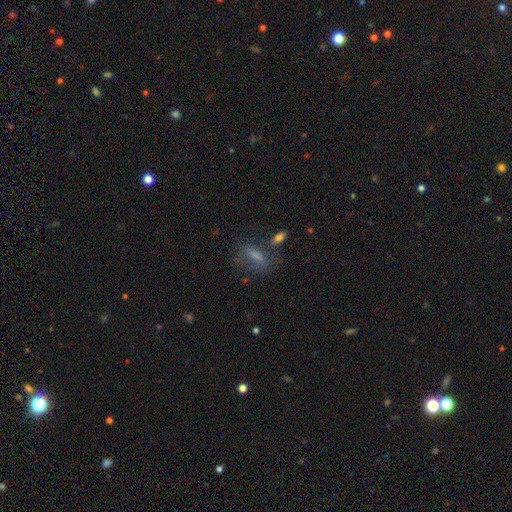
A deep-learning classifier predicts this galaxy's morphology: smooth-or-featured: smooth: 49% | featured or disk: 29% | star or artifact: 22%
  merging: none: 60% | minor disturbance: 18% | major disturbance: 14% | merger: 8%